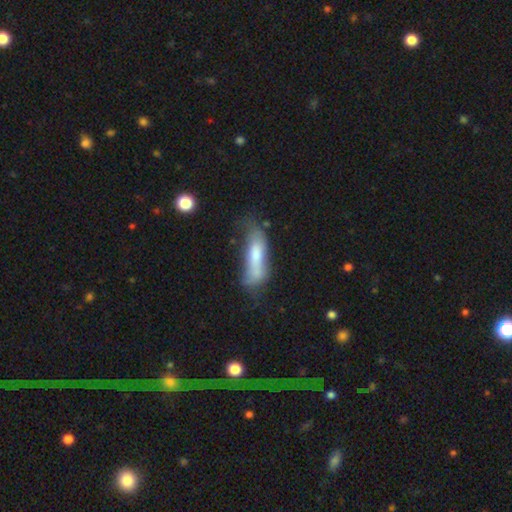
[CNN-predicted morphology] This appears to be a smooth galaxy with no disk features (63%) that is cigar-shaped (53%). Merging: none (32%).